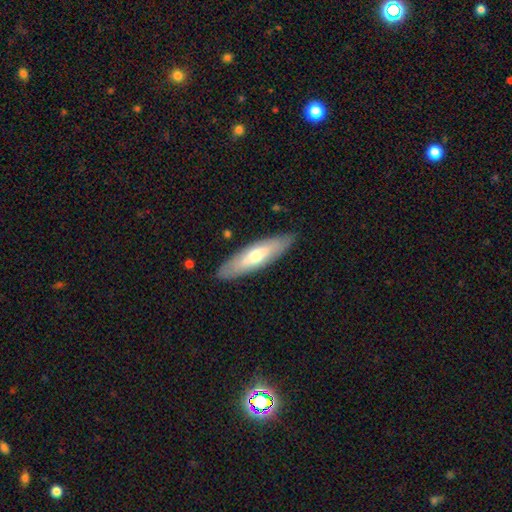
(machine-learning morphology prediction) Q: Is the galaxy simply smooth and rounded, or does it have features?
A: smooth — 53%.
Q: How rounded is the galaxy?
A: cigar-shaped — 62%.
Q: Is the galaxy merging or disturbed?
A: none — 86%.